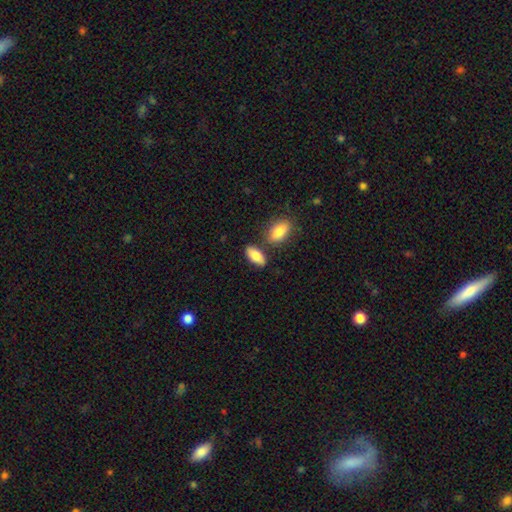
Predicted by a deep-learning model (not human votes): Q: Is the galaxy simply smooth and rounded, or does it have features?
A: smooth — 83%.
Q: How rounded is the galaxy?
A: in between — 87%.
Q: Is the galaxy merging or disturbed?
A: none — 73%.